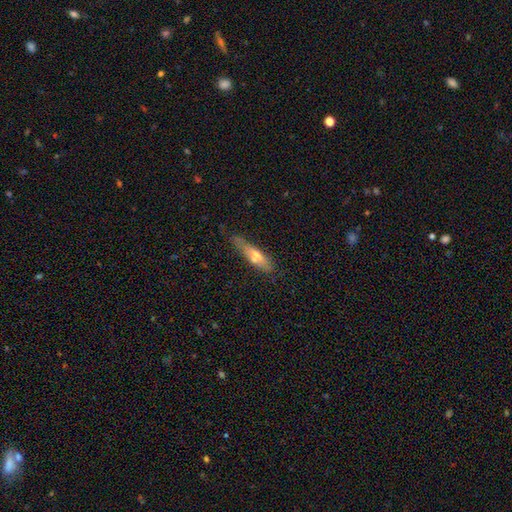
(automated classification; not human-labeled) This is possibly a smooth galaxy (58%). How rounded: likely cigar-shaped (68%). Merging: likely none (62%).